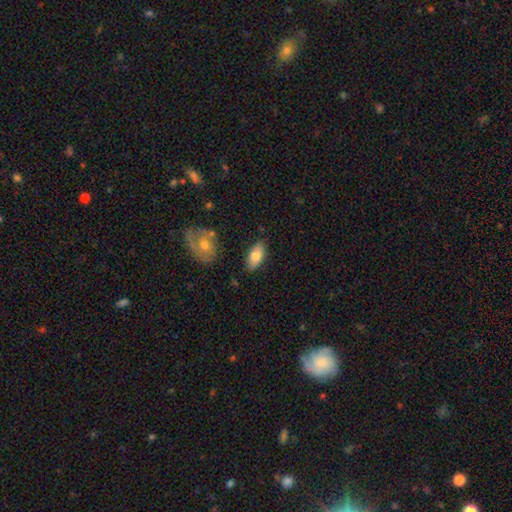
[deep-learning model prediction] Smooth or featured: smooth — 77% (featured or disk — 16%)
How rounded: in between — 90% (cigar-shaped — 7%)
Merging: none — 83% (minor disturbance — 12%)